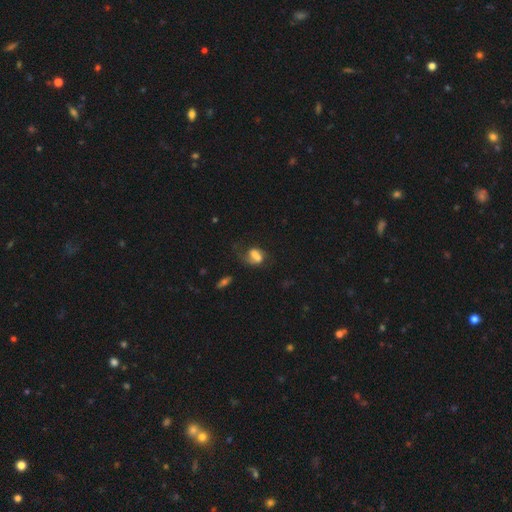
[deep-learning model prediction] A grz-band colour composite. It shows a smooth galaxy with no disk features (50%). Merging: none (34%).